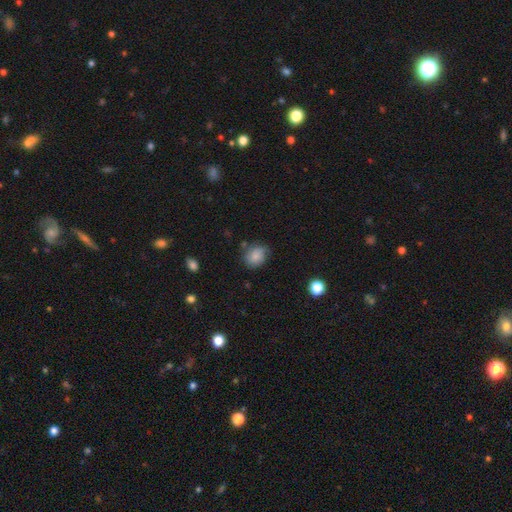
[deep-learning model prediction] Smooth or featured: smooth — 76% (featured or disk — 15%)
How rounded: round — 59% (in between — 40%)
Merging: none — 63% (minor disturbance — 27%)